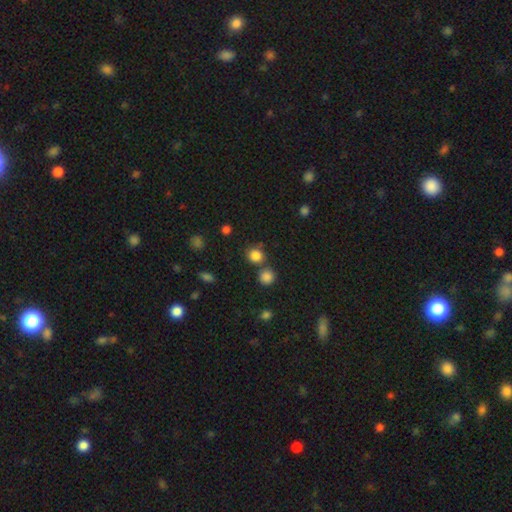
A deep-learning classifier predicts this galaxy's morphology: Smooth or featured? smooth (82%)
How rounded? round (86%)
Merging? none (69%)